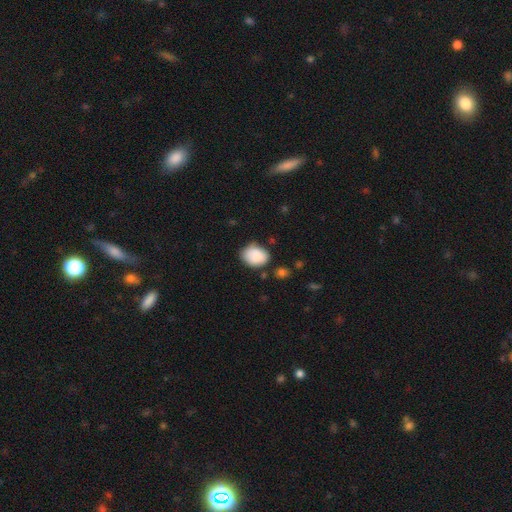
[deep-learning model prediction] Morphology: type=smooth (87%); roundness=in between (63%); merging=none (68%).